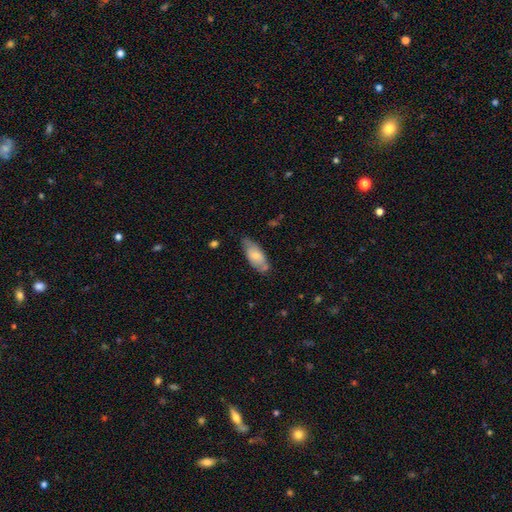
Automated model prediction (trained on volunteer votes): Smooth or featured?
  - smooth: 64% *
  - featured or disk: 30%
  - star or artifact: 6%
How rounded?
  - in between: 83% *
  - cigar-shaped: 15%
  - round: 2%
Merging?
  - none: 64% *
  - minor disturbance: 27%
  - major disturbance: 6%
  - merger: 3%